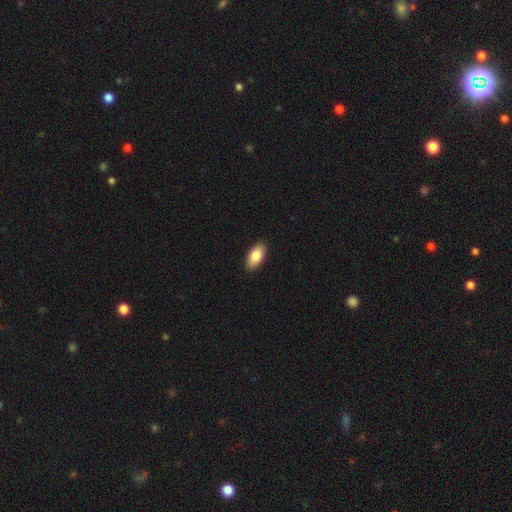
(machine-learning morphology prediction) Smooth or featured: smooth — 85% (featured or disk — 9%)
How rounded: in between — 93% (cigar-shaped — 4%)
Merging: none — 90% (minor disturbance — 7%)